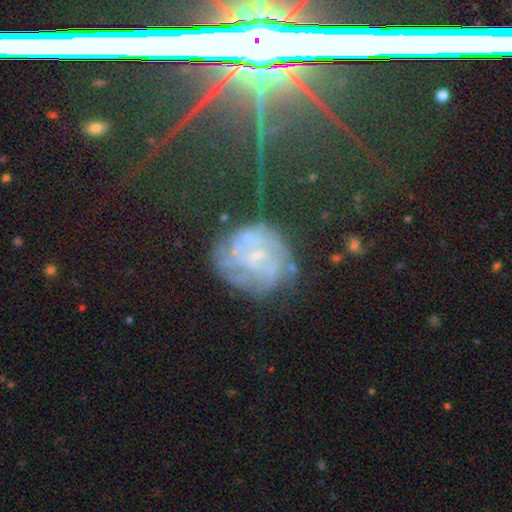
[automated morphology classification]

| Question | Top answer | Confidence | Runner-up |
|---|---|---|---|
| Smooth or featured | featured or disk | 65% | star or artifact (19%) |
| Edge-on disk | no | 97% | yes (3%) |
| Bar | no | 71% | weak (24%) |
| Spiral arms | yes | 84% | no (16%) |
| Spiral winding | tight | 58% | medium (31%) |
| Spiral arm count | can't tell | 43% | 3 (15%) |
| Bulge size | small | 79% | moderate (12%) |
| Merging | none | 66% | minor disturbance (20%) |